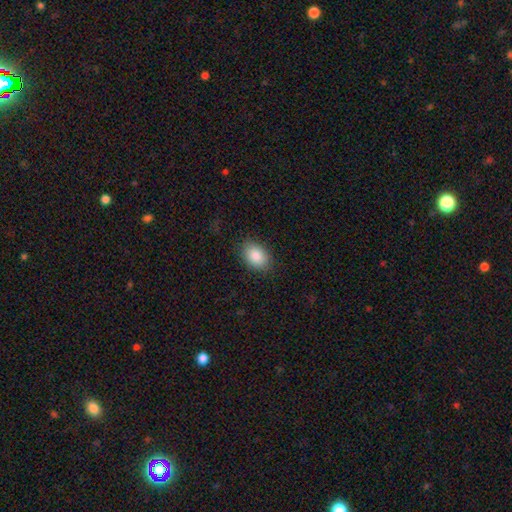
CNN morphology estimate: Smooth or featured?
  - smooth: 87% *
  - star or artifact: 7%
  - featured or disk: 6%
How rounded?
  - in between: 82% *
  - round: 17%
  - cigar-shaped: 1%
Merging?
  - none: 85% *
  - minor disturbance: 11%
  - major disturbance: 3%
  - merger: 1%